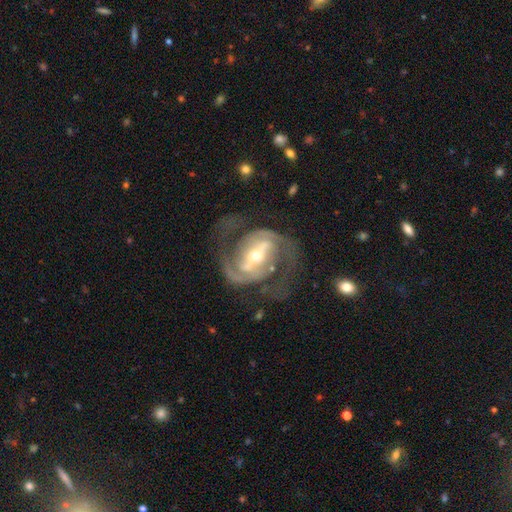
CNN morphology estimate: This is clearly a featured or disk galaxy (92%). It is clearly not viewed edge-on (97%). Bar: likely strong (60%). Spiral arm pattern: clearly yes (97%). Spiral arm count: clearly 2 (92%). Spiral winding: likely medium (61%). Central bulge: possibly small (53%). Merging: likely none (70%).